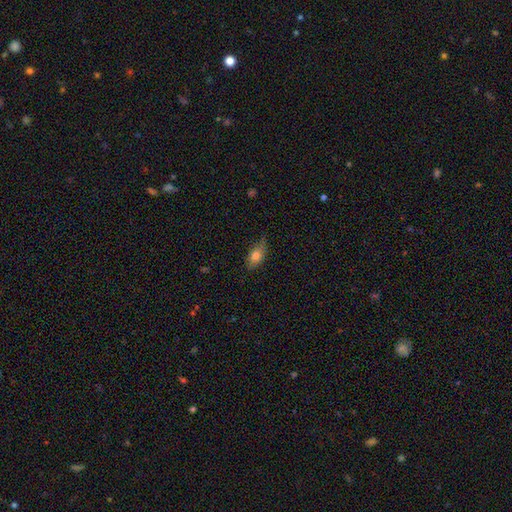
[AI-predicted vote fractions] A smooth galaxy with no disk features (75%) that is in between round and cigar-shaped (86%). Merging: none (62%).